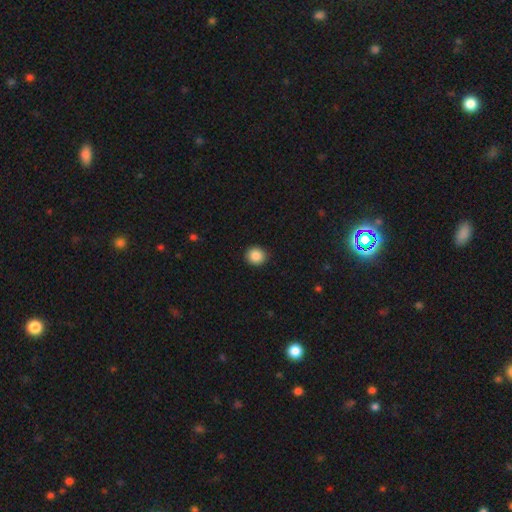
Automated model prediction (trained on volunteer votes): Overall: smooth (87%). How rounded: round (91%). Merging: none (92%).